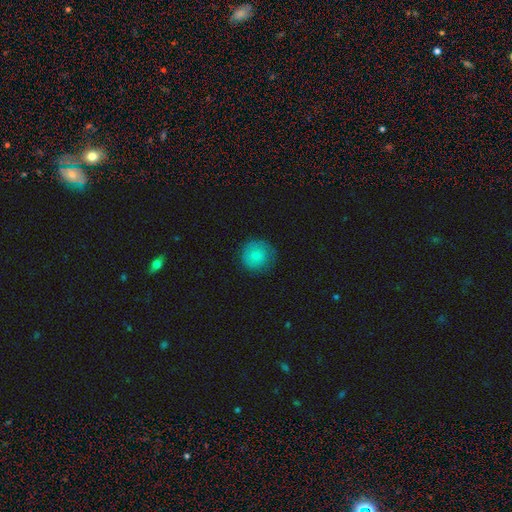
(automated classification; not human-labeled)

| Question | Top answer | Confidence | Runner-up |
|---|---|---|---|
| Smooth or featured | smooth | 78% | featured or disk (13%) |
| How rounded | round | 93% | in between (6%) |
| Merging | none | 78% | minor disturbance (16%) |